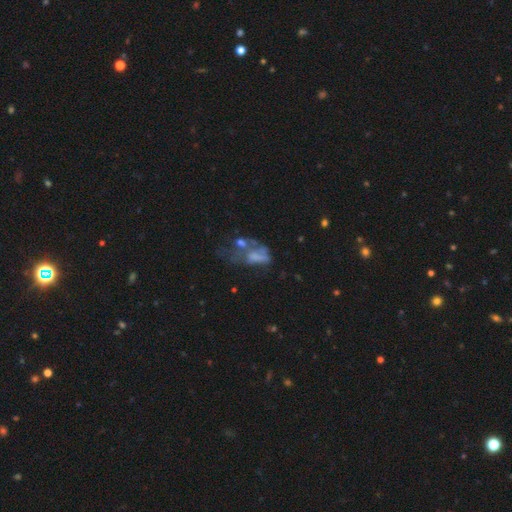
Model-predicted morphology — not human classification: This appears to be a featured or disk galaxy (48%). Merging: major disturbance (40%).